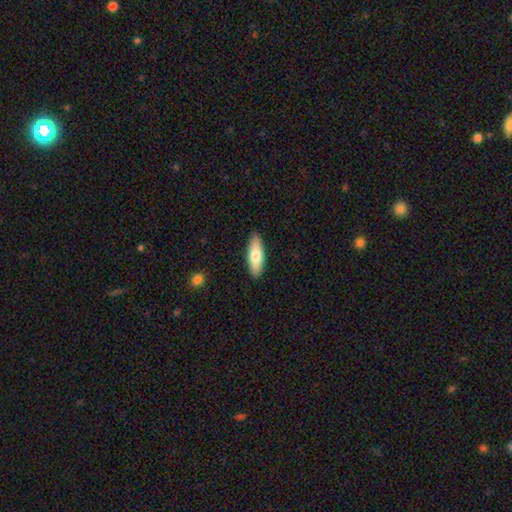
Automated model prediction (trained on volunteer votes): A smooth galaxy with no disk features (72%) that is in between round and cigar-shaped (60%).

Vote fractions:
- Smooth or featured? smooth: 72% / featured or disk: 23% / star or artifact: 5%
- How rounded? in between: 60% / cigar-shaped: 38% / round: 2%
- Merging? none: 90% / minor disturbance: 8% / major disturbance: 2% / merger: 1%